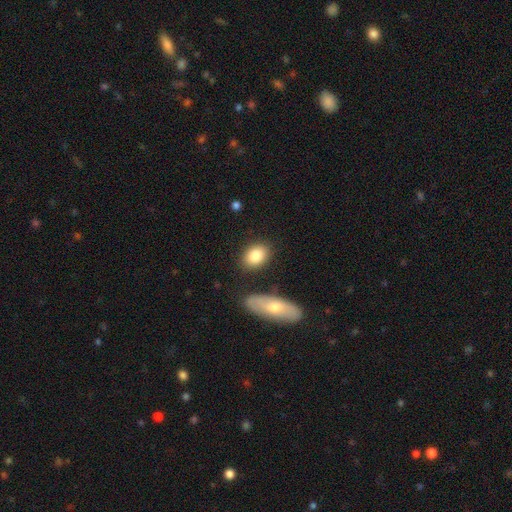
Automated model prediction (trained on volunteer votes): smooth 83%, featured or disk 10%, star or artifact 7%. Down the decision tree: how rounded — in between (72%); merging — none (82%).